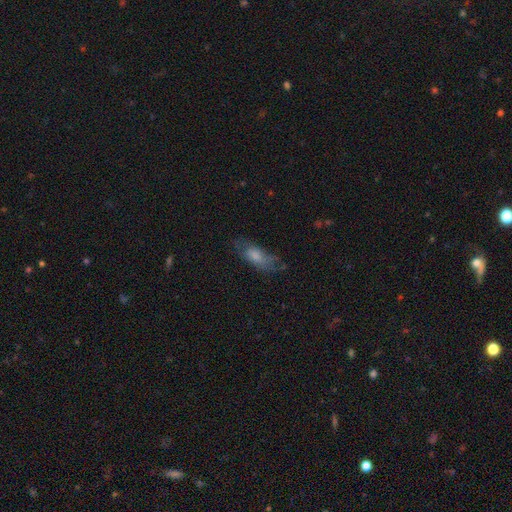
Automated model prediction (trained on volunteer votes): This appears to be a smooth galaxy with no disk features (67%) that is in between round and cigar-shaped (74%). Merging: none (52%).